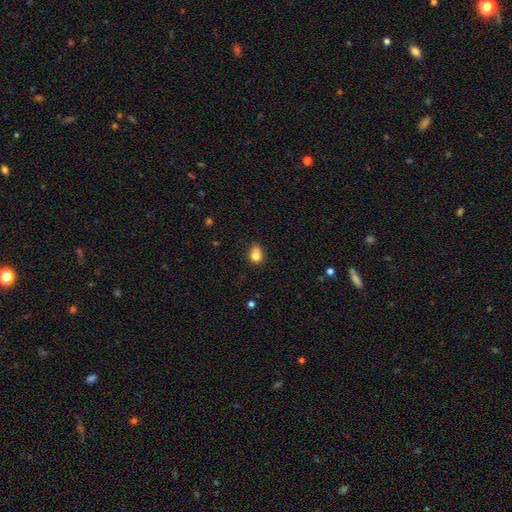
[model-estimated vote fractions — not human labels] smooth 79%, star or artifact 11%, featured or disk 10%. Down the decision tree: how rounded — round (57%); merging — none (43%).